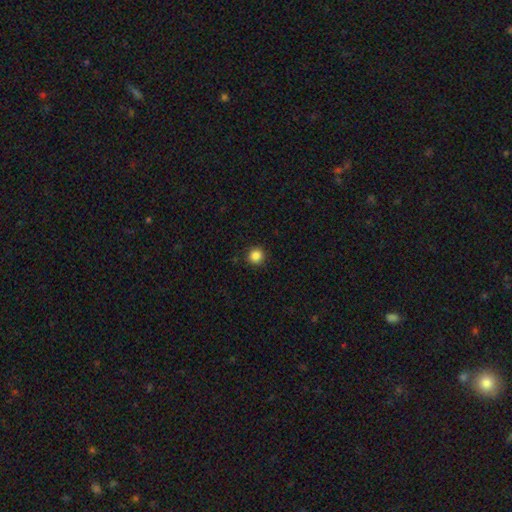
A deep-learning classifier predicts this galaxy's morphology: The model was most divided on "smooth or featured": smooth: 86%, star or artifact: 11%, featured or disk: 3%. More confident: how rounded — round (94%); merging — none (92%).